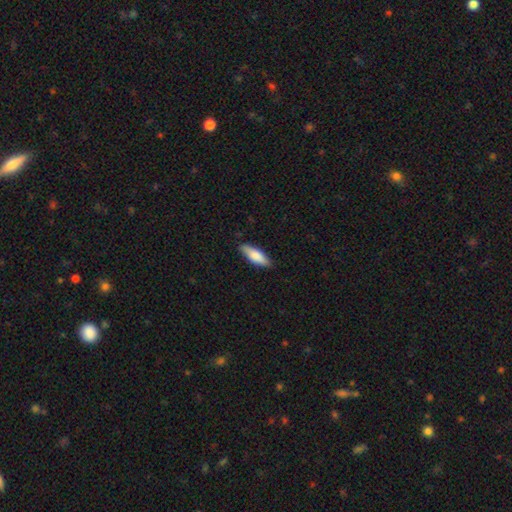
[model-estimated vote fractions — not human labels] Smooth or featured: smooth — 79% (featured or disk — 15%)
How rounded: in between — 57% (cigar-shaped — 42%)
Merging: none — 86% (minor disturbance — 11%)